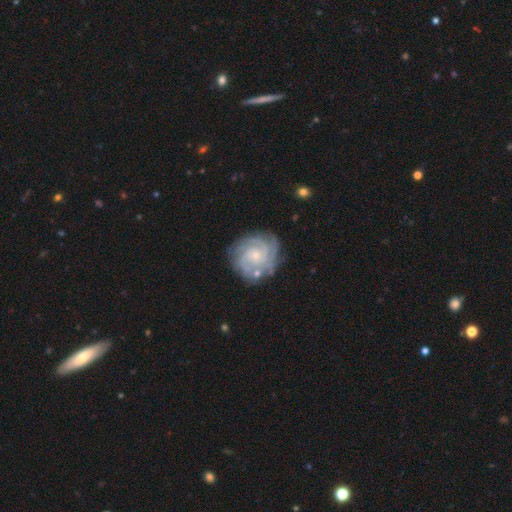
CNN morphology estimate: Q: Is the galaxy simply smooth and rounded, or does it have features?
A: featured or disk — 88%.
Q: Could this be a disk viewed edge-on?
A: no — 98%.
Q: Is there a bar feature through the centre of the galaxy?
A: no — 78%.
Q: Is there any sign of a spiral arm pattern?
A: yes — 98%.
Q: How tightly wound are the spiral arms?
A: tight — 78%.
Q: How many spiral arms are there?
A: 3 — 30%.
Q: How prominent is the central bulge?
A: small — 79%.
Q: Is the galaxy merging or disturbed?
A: none — 77%.